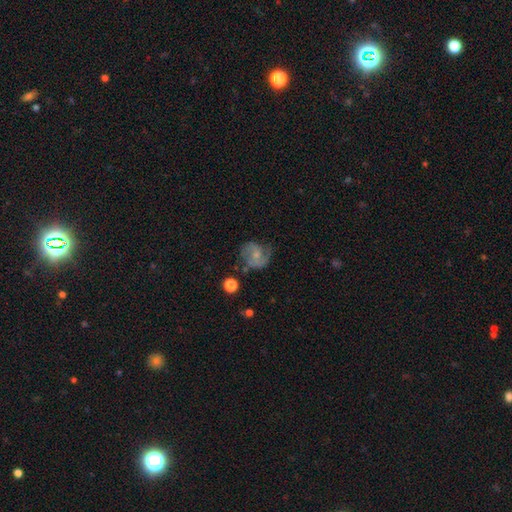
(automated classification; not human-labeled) Smooth or featured? Predicted: featured or disk (p=0.62). Edge-on disk? Predicted: no (p=0.98). Bar? Predicted: no (p=0.64). Spiral arms? Predicted: yes (p=0.87). Spiral winding? Predicted: medium (p=0.47). Spiral arm count? Predicted: 2 (p=0.69). Bulge size? Predicted: small (p=0.55). Merging? Predicted: none (p=0.58).